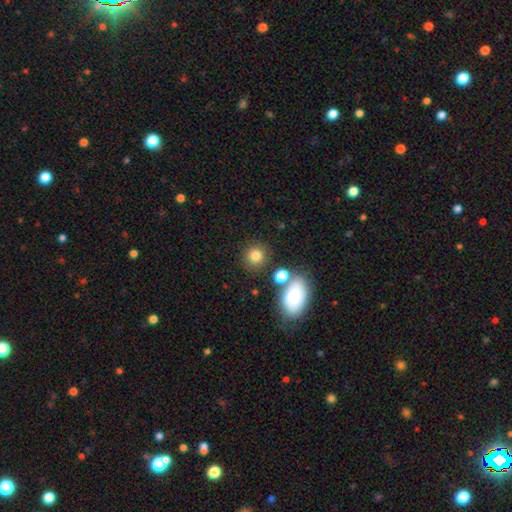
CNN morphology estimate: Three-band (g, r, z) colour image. It shows a smooth galaxy with no disk features (81%) that is round (84%). Merging: none (79%).